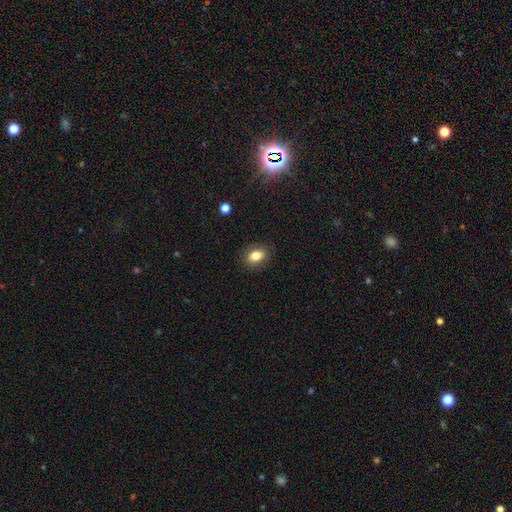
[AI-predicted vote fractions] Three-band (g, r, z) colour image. It shows a smooth galaxy with no disk features (82%) that is in between round and cigar-shaped (66%). Merging: none (87%).